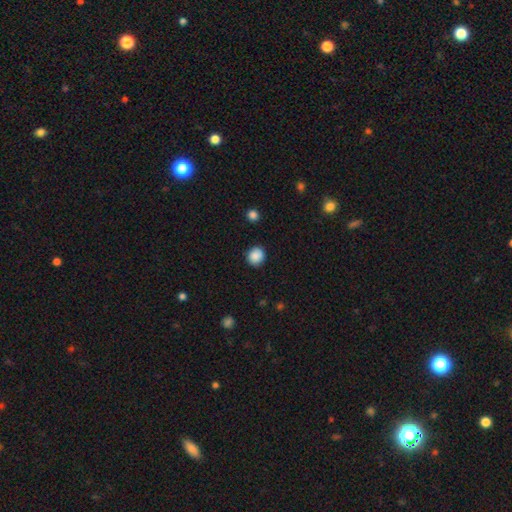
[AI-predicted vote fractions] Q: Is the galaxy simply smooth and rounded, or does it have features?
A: smooth — 87%.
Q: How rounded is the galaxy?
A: round — 85%.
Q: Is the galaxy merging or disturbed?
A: none — 86%.